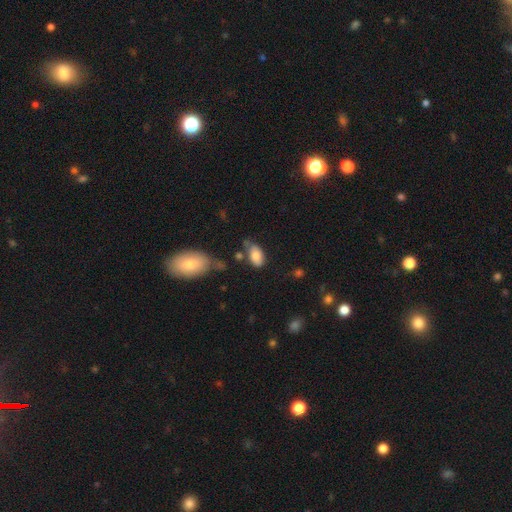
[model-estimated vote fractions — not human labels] Q: Smooth or featured?
A: smooth (78%); runner-up: featured or disk (15%)
Q: How rounded?
A: in between (92%); runner-up: round (6%)
Q: Merging?
A: none (55%); runner-up: minor disturbance (28%)